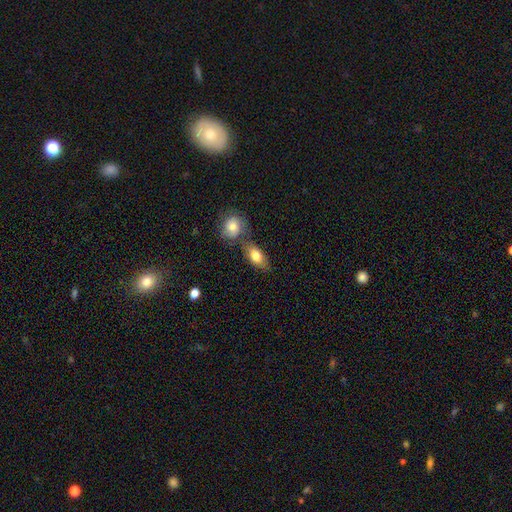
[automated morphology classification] Smooth or featured?
  - smooth: 80% *
  - featured or disk: 13%
  - star or artifact: 7%
How rounded?
  - in between: 86% *
  - round: 9%
  - cigar-shaped: 5%
Merging?
  - none: 55% *
  - merger: 27%
  - minor disturbance: 14%
  - major disturbance: 4%